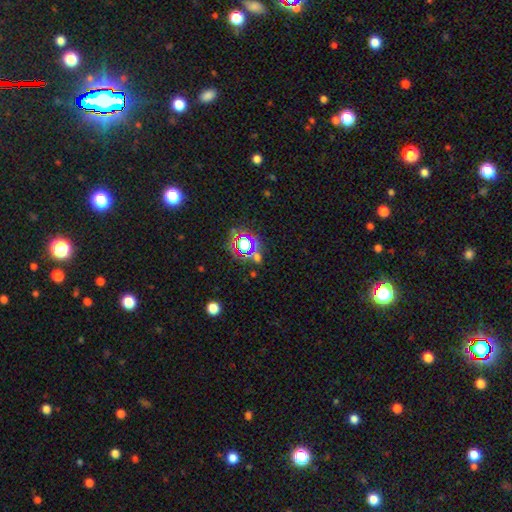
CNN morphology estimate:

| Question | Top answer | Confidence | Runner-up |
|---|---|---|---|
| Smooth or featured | star or artifact | 71% | smooth (20%) |